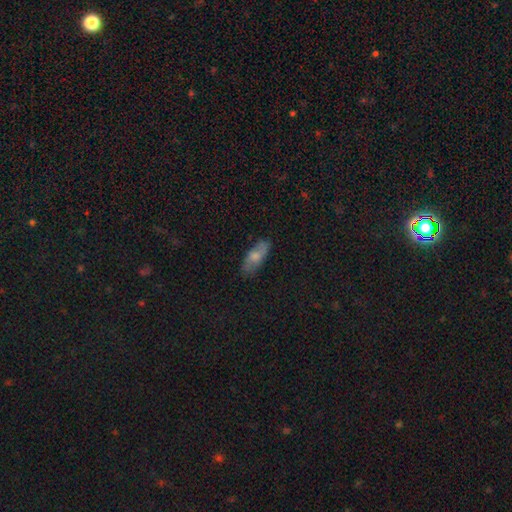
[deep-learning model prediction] This is likely a smooth galaxy (69%). How rounded: likely in between (73%). Merging: likely none (76%).